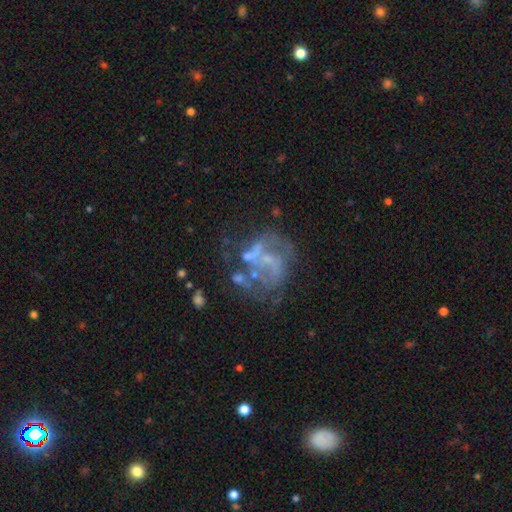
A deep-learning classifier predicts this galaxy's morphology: Smooth or featured? featured or disk (72%)
Edge-on disk? no (98%)
Bar? no (72%)
Spiral arms? no (62%)
Bulge size? none (53%)
Merging? none (38%)